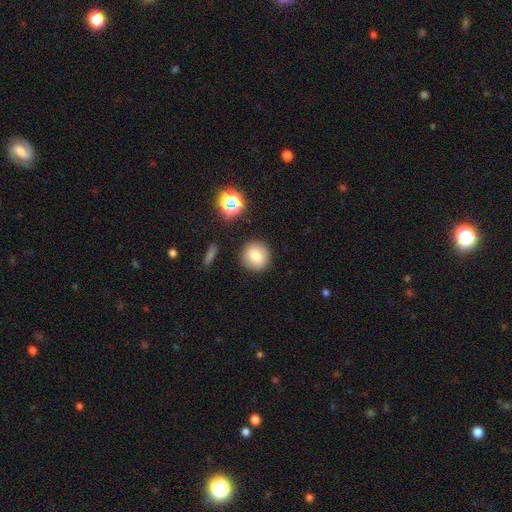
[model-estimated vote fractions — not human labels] This appears to be a smooth galaxy with no disk features (79%) that is round (91%). Merging: none (88%).